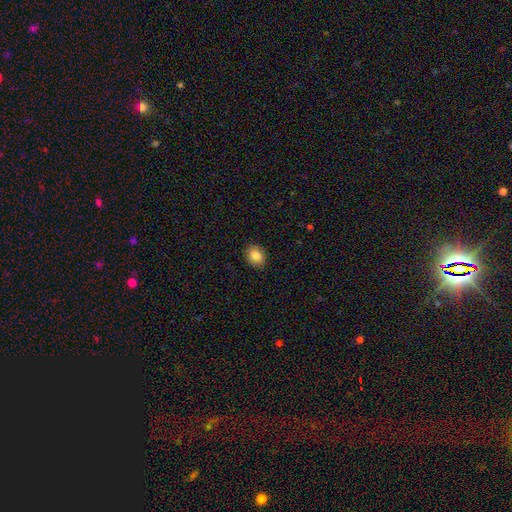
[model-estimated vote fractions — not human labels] smooth 84%, star or artifact 9%, featured or disk 7%. Down the decision tree: how rounded — in between (52%); merging — none (89%).